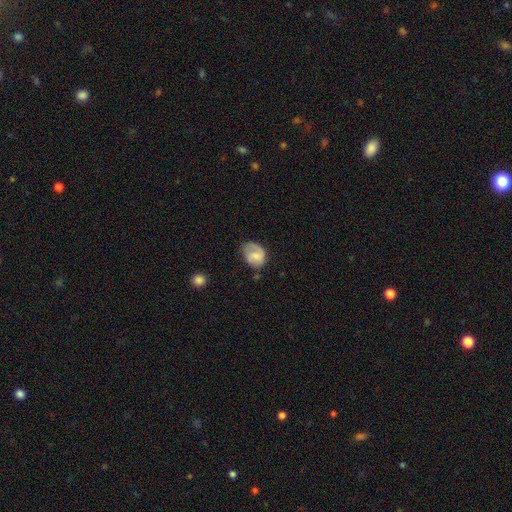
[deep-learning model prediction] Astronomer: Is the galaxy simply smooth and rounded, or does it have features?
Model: smooth — 52% (runner-up: featured or disk, 40%).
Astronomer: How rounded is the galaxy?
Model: in between — 57% (runner-up: round, 42%).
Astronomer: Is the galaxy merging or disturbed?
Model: none — 51% (runner-up: minor disturbance, 31%).